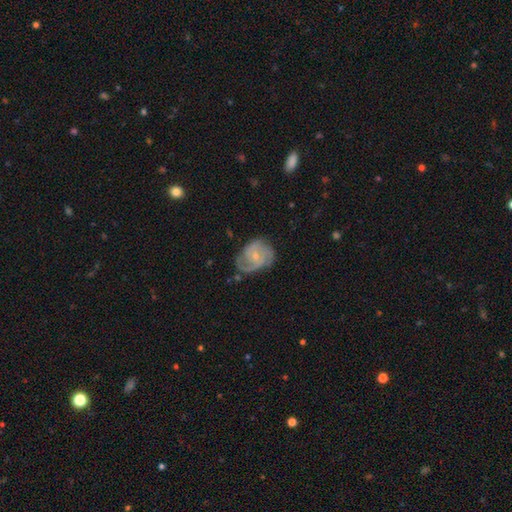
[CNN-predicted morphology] smooth_or_featured: featured or disk (p=0.77) [alt: smooth p=0.17]
disk_edge_on: no (p=0.98) [alt: yes p=0.02]
bar: no (p=0.54) [alt: weak p=0.40]
has_spiral_arms: yes (p=0.93) [alt: no p=0.07]
spiral_winding: medium (p=0.45) [alt: tight p=0.40]
spiral_arm_count: 2 (p=0.44) [alt: 3 p=0.22]
bulge_size: small (p=0.66) [alt: moderate p=0.29]
merging: none (p=0.57) [alt: minor disturbance p=0.27]